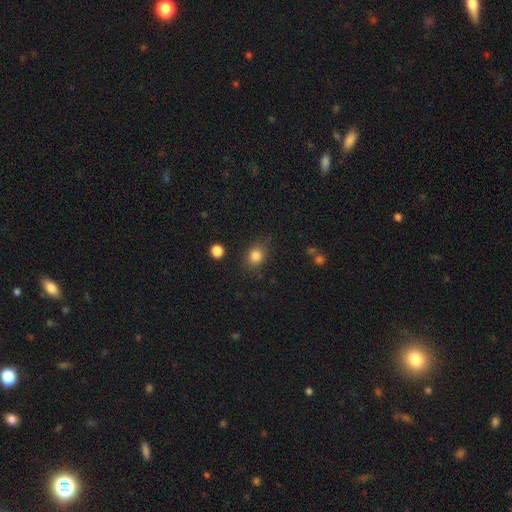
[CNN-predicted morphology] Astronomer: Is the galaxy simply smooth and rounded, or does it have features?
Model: smooth — 83%.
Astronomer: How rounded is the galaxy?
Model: round — 57% (runner-up: in between, 42%).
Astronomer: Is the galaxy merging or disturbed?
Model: none — 80%.